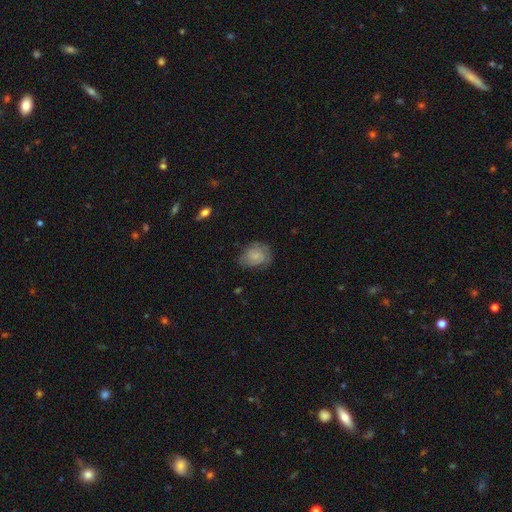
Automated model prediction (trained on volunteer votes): Morphology: type=smooth (49%); merging=none (63%).